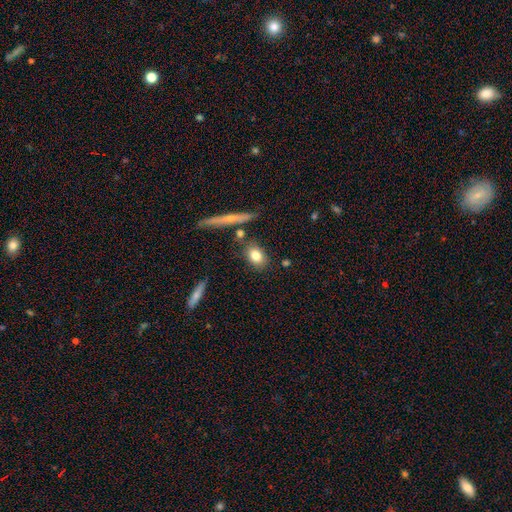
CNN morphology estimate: This appears to be a smooth galaxy with no disk features (79%) that is in between round and cigar-shaped (68%). Merging: none (78%).